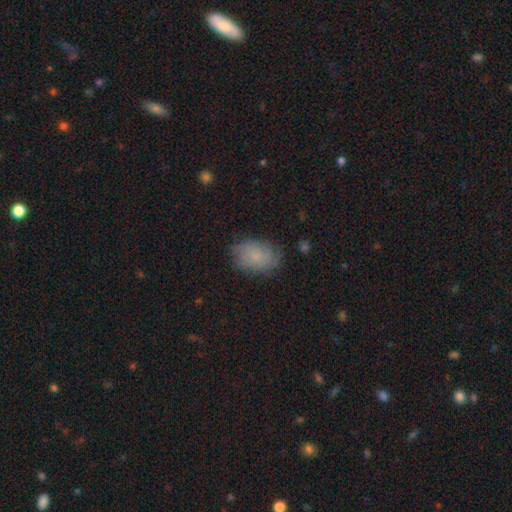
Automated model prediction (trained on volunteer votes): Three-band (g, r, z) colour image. It shows a smooth galaxy with no disk features (66%) that is in between round and cigar-shaped (84%). Merging: none (73%).